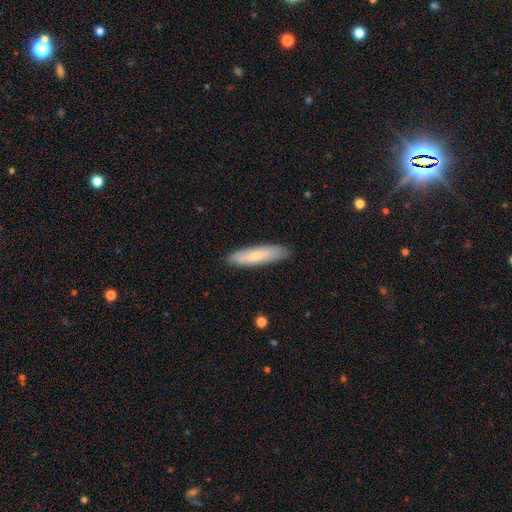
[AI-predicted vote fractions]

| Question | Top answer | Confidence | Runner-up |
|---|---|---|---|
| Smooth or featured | smooth | 68% | featured or disk (26%) |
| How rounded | cigar-shaped | 76% | in between (22%) |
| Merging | none | 87% | minor disturbance (10%) |